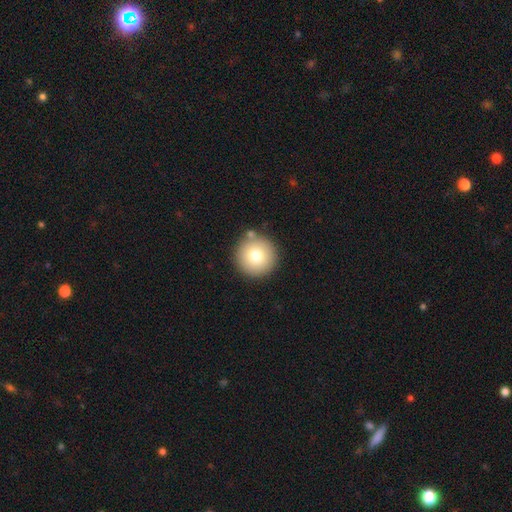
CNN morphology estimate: type=smooth (77%); roundness=round (96%); merging=none (84%).